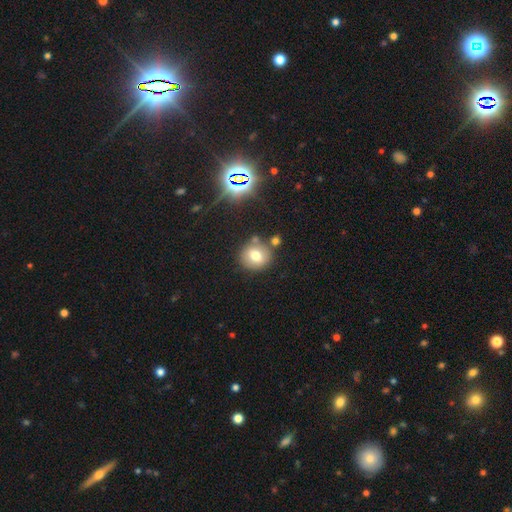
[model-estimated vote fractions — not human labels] The model was most divided on "smooth or featured": smooth: 72%, featured or disk: 15%, star or artifact: 13%. More confident: how rounded — round (84%); merging — none (75%).